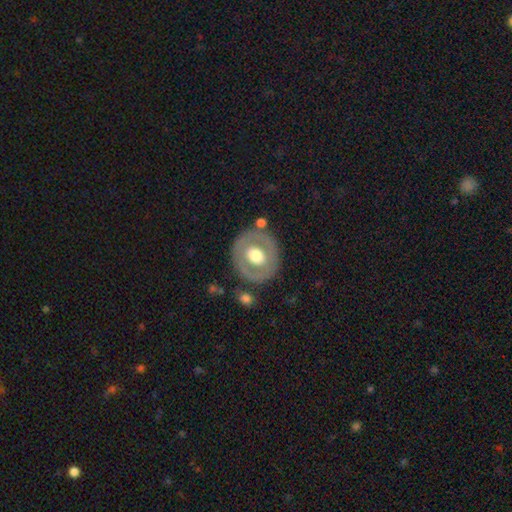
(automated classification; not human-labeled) Smooth or featured: featured or disk — 50% (smooth — 44%)
Edge-on disk: no — 95% (yes — 5%)
Merging: none — 79% (minor disturbance — 11%)